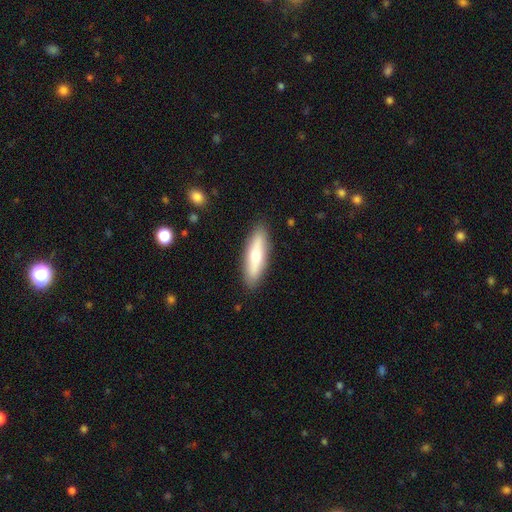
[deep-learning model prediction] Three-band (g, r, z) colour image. It shows a smooth galaxy with no disk features (62%) that is cigar-shaped (60%). Merging: none (88%).